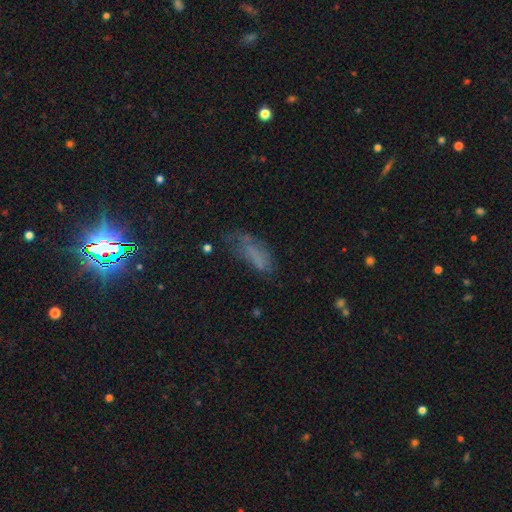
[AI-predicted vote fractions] This is possibly a smooth galaxy (57%). How rounded: likely in between (70%). Merging: marginally major disturbance (34%).